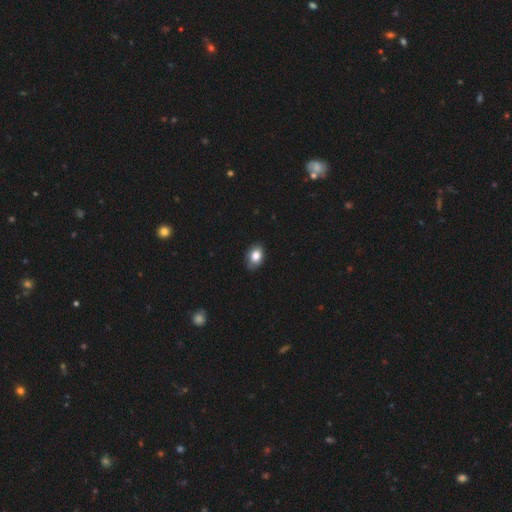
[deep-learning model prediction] This is clearly a smooth galaxy (81%). How rounded: likely in between (80%). Merging: likely none (79%).